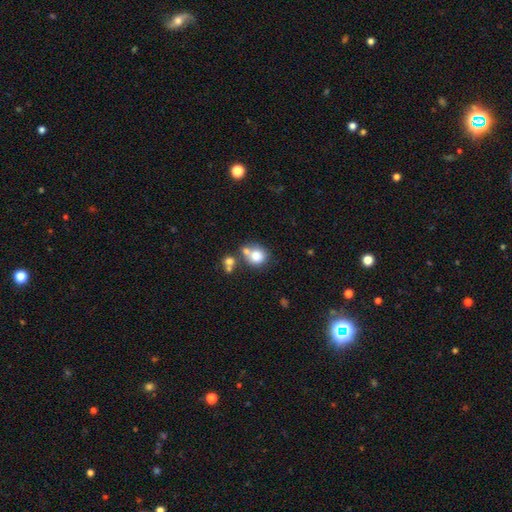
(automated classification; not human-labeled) Smooth or featured: smooth — 77% (featured or disk — 12%)
How rounded: round — 80% (in between — 19%)
Merging: none — 47% (merger — 37%)